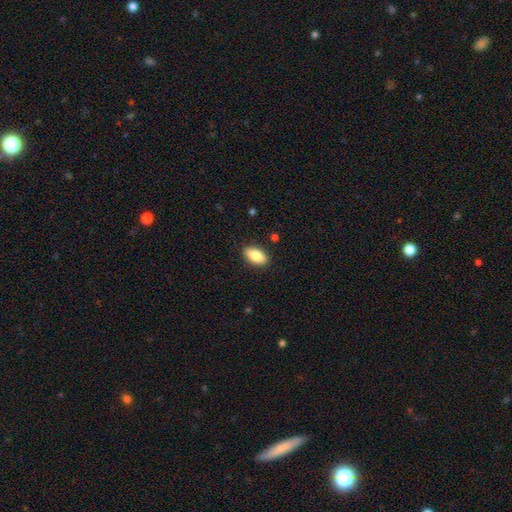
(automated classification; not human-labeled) Q: Smooth or featured?
A: smooth (80%); runner-up: featured or disk (13%)
Q: How rounded?
A: in between (89%); runner-up: cigar-shaped (7%)
Q: Merging?
A: none (88%); runner-up: minor disturbance (9%)